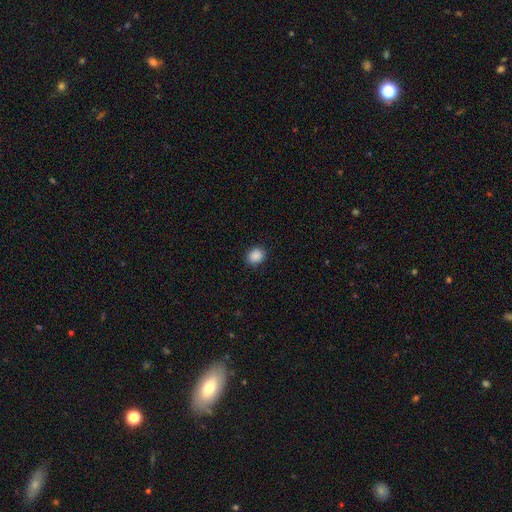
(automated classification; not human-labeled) A smooth galaxy with no disk features (89%) that is round (63%). Merging: none (89%).